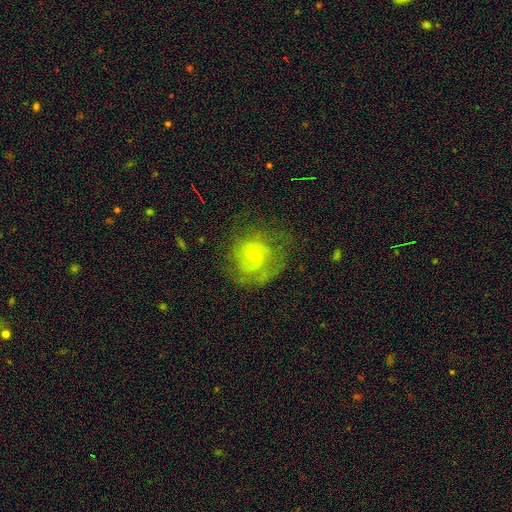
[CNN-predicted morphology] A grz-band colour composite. It shows a featured or disk galaxy (59%) with no bar (64%), spiral arms (75%) and a small central bulge (57%). Merging: none (65%).